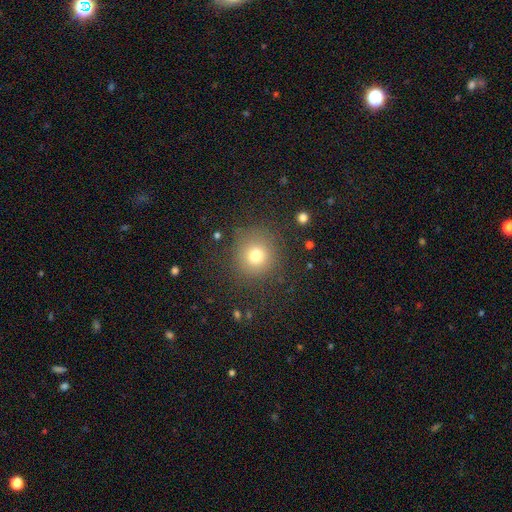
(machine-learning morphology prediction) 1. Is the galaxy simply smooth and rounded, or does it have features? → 75% smooth, 15% star or artifact, 10% featured or disk.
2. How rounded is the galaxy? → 92% round, 7% in between, 1% cigar-shaped.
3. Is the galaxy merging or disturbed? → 84% none, 10% minor disturbance, 5% major disturbance, 1% merger.